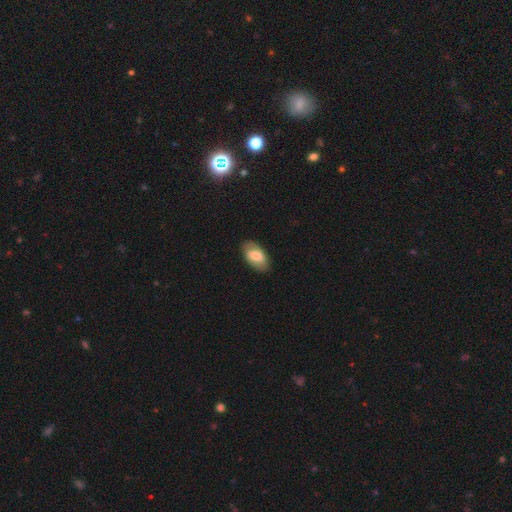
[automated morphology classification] Q: Smooth or featured?
A: smooth (66%); runner-up: featured or disk (28%)
Q: How rounded?
A: in between (94%); runner-up: round (4%)
Q: Merging?
A: none (83%); runner-up: minor disturbance (13%)